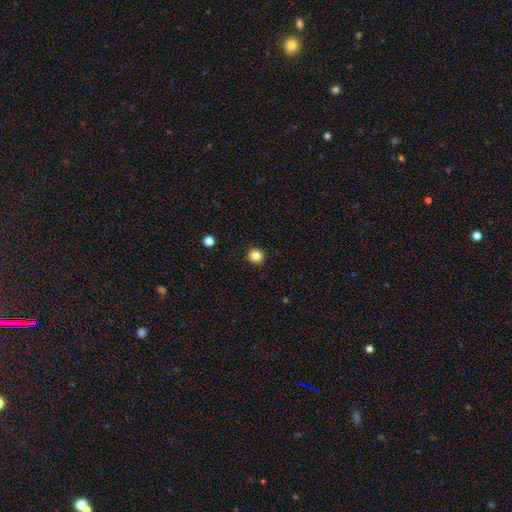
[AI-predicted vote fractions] This appears to be a smooth galaxy with no disk features (84%) that is round (94%). Merging: none (93%).